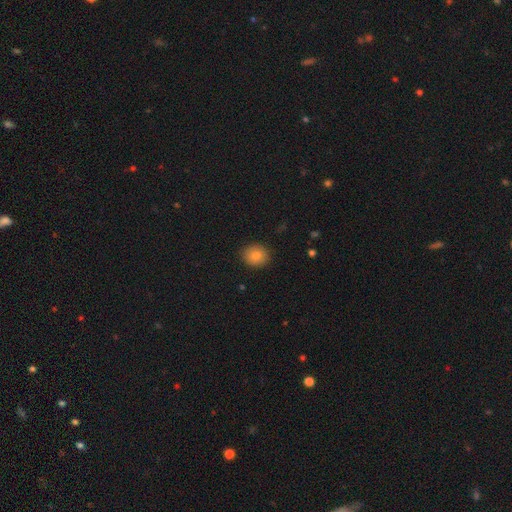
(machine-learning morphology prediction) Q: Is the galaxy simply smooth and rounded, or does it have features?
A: smooth — 84%.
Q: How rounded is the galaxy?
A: round — 78%.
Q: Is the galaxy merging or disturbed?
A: none — 90%.